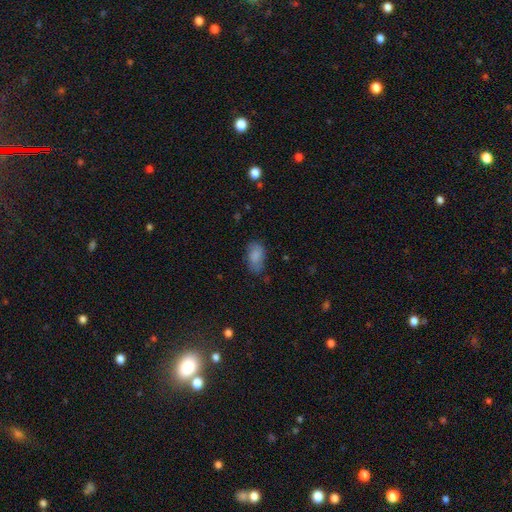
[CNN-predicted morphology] This is clearly a smooth galaxy (82%). How rounded: clearly in between (92%). Merging: likely none (67%).